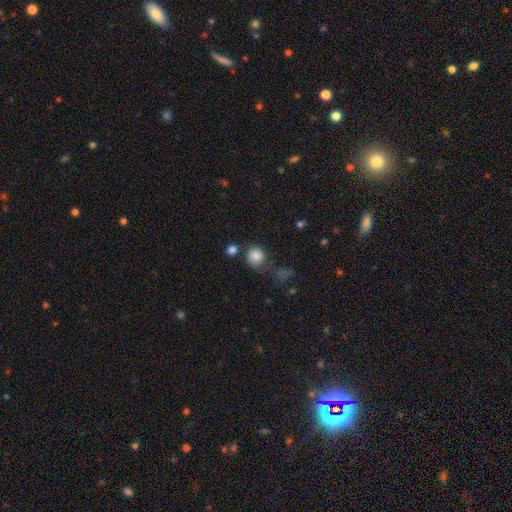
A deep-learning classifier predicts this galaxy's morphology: This is clearly a smooth galaxy (84%). How rounded: clearly round (86%). Merging: possibly none (58%).